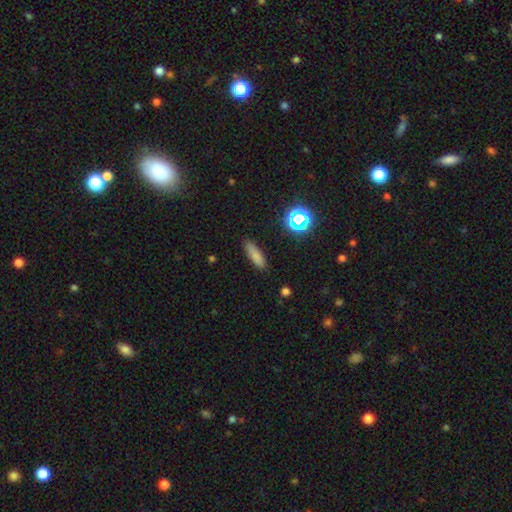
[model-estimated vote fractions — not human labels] Overall: smooth (78%). How rounded: cigar-shaped (58%; in between 39%). Merging: none (86%).